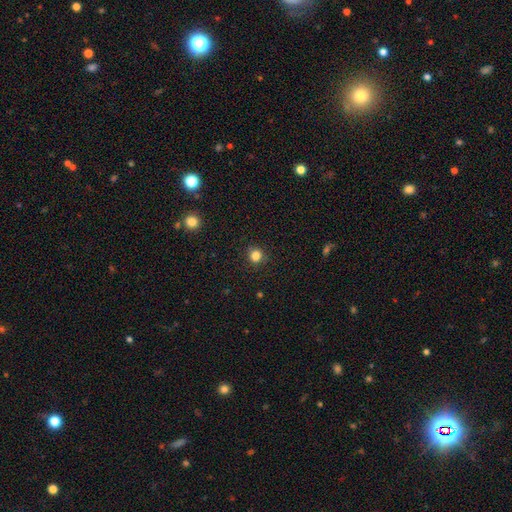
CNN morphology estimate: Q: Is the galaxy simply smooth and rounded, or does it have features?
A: smooth — 83%.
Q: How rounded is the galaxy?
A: round — 88%.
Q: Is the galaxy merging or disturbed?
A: none — 89%.